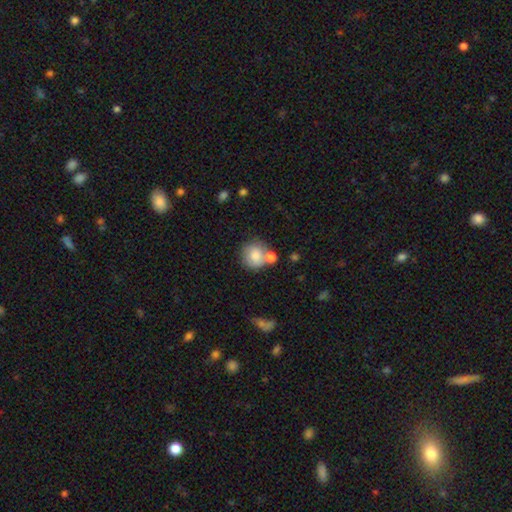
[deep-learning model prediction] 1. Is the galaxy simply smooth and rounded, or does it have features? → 80% smooth, 12% featured or disk, 8% star or artifact.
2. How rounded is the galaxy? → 87% round, 12% in between, 1% cigar-shaped.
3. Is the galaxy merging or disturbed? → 55% none, 25% merger, 14% minor disturbance, 5% major disturbance.